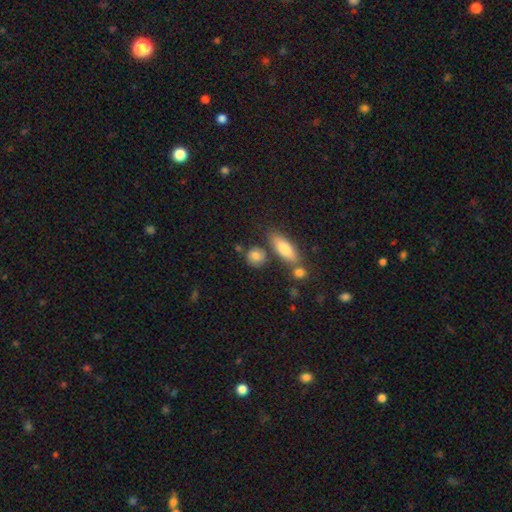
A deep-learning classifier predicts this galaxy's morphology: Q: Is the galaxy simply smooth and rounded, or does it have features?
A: smooth — 83%.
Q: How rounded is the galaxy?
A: round — 67%.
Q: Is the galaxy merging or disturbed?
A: none — 69%.